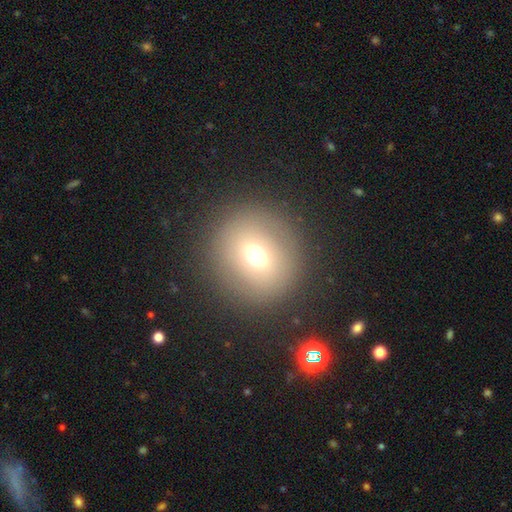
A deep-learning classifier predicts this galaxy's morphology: Smooth or featured?
  - smooth: 66% *
  - featured or disk: 18%
  - star or artifact: 16%
How rounded?
  - round: 88% *
  - in between: 11%
  - cigar-shaped: 1%
Merging?
  - none: 87% *
  - minor disturbance: 7%
  - major disturbance: 4%
  - merger: 2%